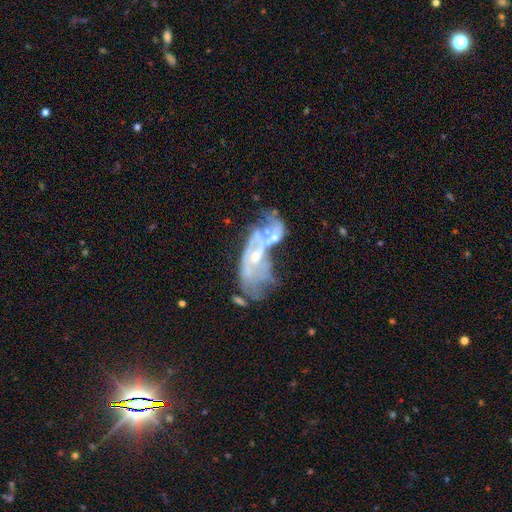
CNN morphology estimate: A featured or disk galaxy (72%) with no bar (66%), no spiral arms (53%) and a small central bulge (46%). Merging: merger (46%).